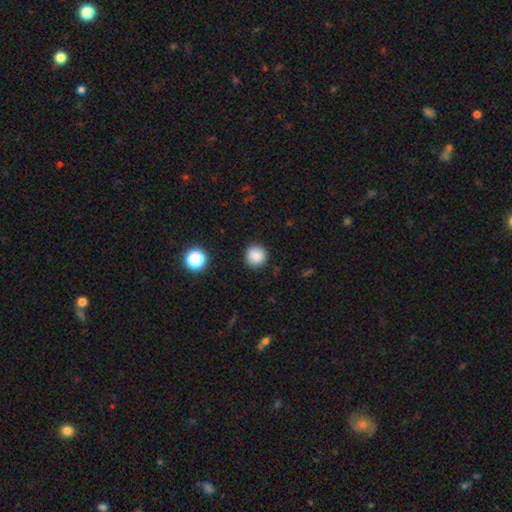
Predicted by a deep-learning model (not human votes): Smooth or featured? Predicted: smooth (p=0.85). How rounded? Predicted: round (p=0.93). Merging? Predicted: none (p=0.90).